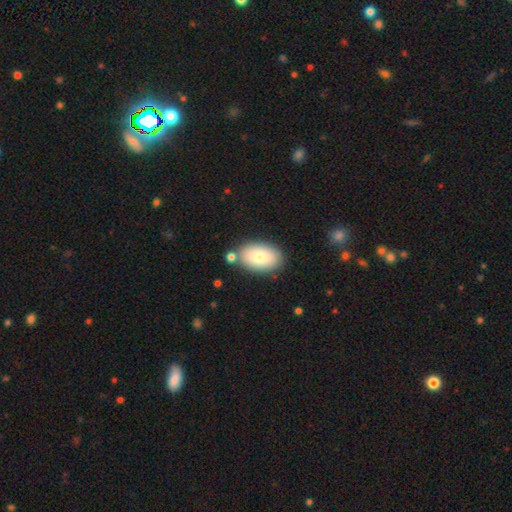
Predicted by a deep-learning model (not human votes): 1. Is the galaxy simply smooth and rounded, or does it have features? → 81% smooth, 12% featured or disk, 7% star or artifact.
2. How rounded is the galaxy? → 93% in between, 5% round, 1% cigar-shaped.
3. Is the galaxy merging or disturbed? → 82% none, 11% minor disturbance, 5% merger, 3% major disturbance.